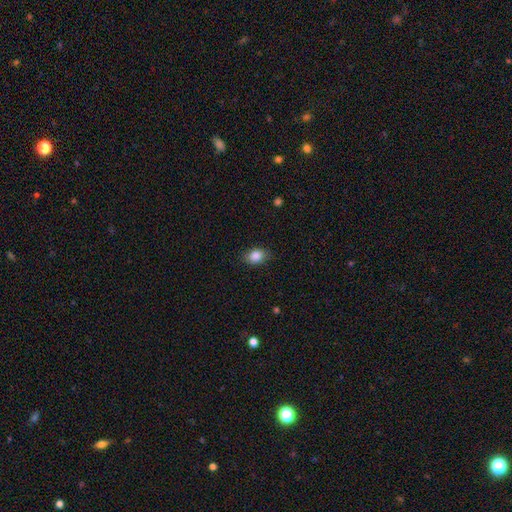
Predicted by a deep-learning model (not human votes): smooth-or-featured: smooth: 87% | star or artifact: 8% | featured or disk: 5%
  how-rounded: in between: 72% | round: 26% | cigar-shaped: 1%
  merging: none: 83% | minor disturbance: 13% | major disturbance: 3% | merger: 1%